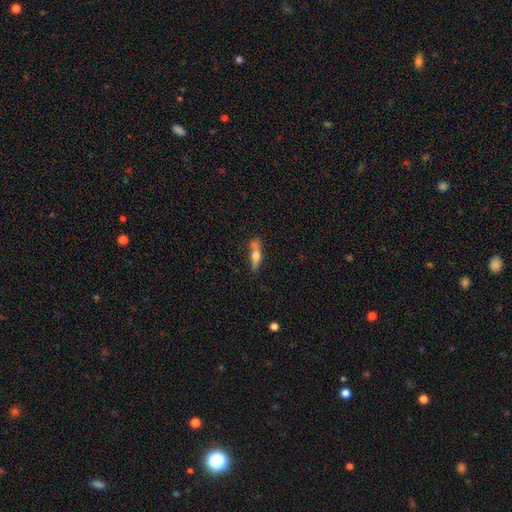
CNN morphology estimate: Smooth or featured? smooth (48%)
Merging? none (53%)